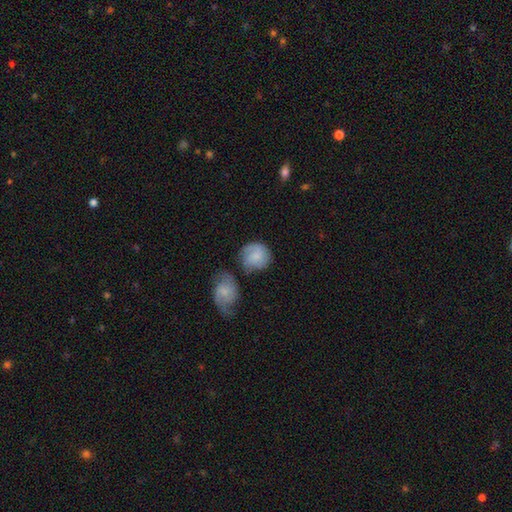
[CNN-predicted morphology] A smooth galaxy with no disk features (59%) that is round (80%). Merging: none (54%).